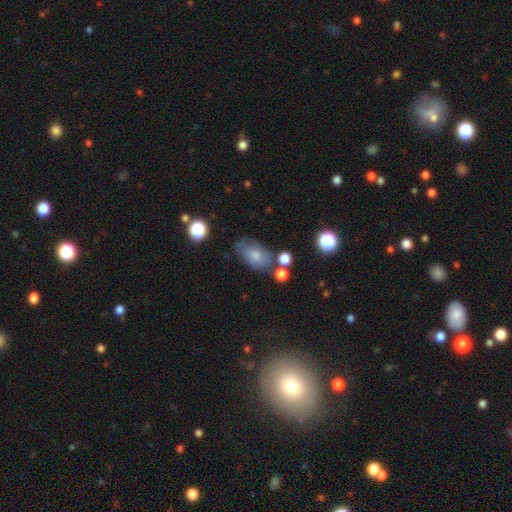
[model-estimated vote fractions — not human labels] This appears to be a smooth galaxy with no disk features (67%) that is in between round and cigar-shaped (88%). Merging: none (54%).